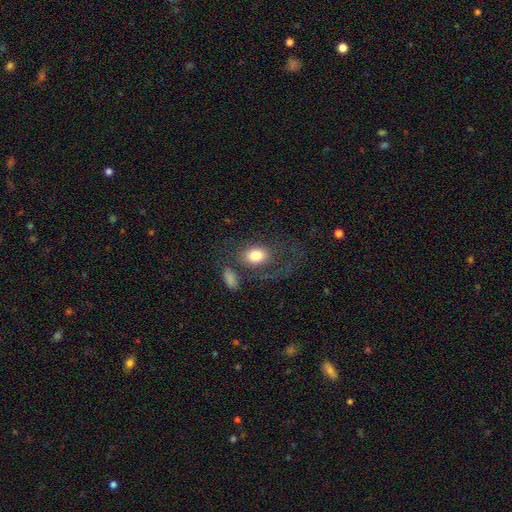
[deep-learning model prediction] The model was most divided on "merging": none: 46%, major disturbance: 26%, minor disturbance: 16%, merger: 12%. More confident: smooth or featured — smooth (77%); how rounded — in between (72%).